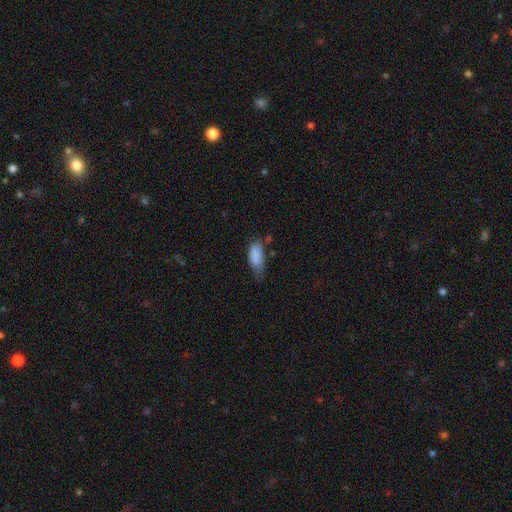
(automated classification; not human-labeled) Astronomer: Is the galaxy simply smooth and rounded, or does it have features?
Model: smooth — 85%.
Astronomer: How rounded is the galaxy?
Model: in between — 85%.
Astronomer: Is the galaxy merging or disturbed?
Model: minor disturbance — 42% (runner-up: none, 39%).